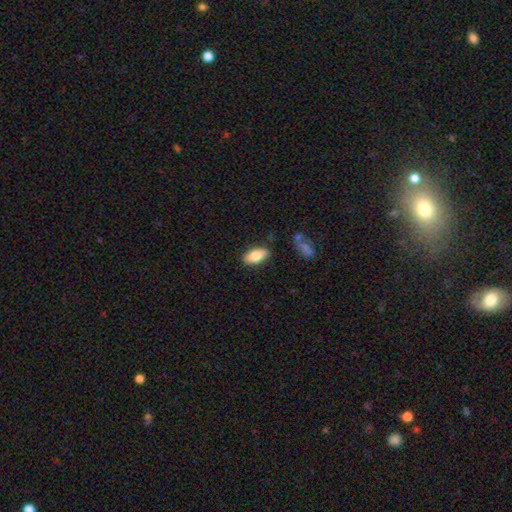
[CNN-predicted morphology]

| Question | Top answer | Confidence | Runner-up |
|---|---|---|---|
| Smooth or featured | smooth | 80% | featured or disk (14%) |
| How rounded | in between | 89% | cigar-shaped (8%) |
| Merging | none | 85% | minor disturbance (11%) |